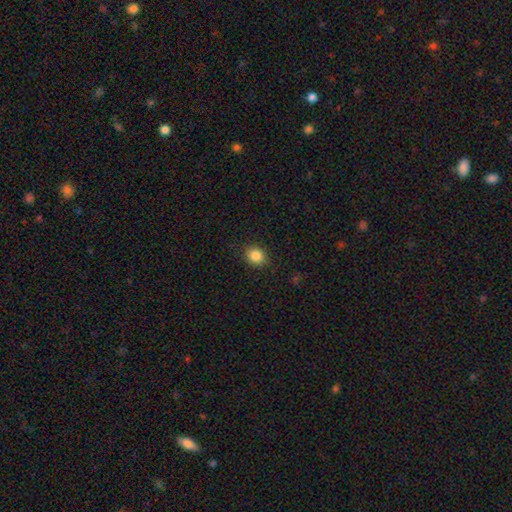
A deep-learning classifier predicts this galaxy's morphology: Smooth or featured?
  - smooth: 85% *
  - star or artifact: 10%
  - featured or disk: 5%
How rounded?
  - round: 70% *
  - in between: 29%
  - cigar-shaped: 1%
Merging?
  - none: 88% *
  - minor disturbance: 8%
  - major disturbance: 2%
  - merger: 1%